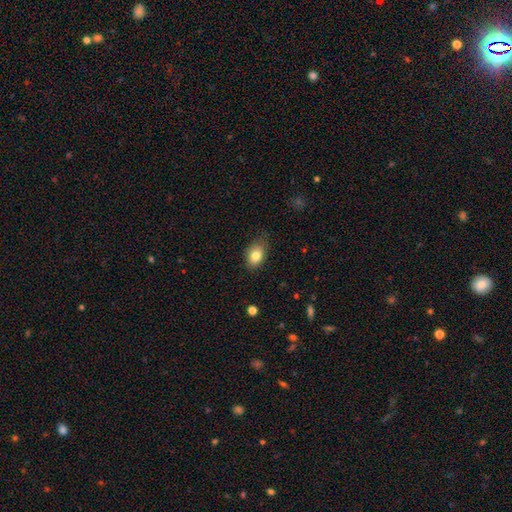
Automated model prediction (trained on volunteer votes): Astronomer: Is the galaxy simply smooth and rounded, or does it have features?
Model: smooth — 82%.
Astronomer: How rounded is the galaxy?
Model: in between — 80%.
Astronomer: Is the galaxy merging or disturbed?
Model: none — 71%.